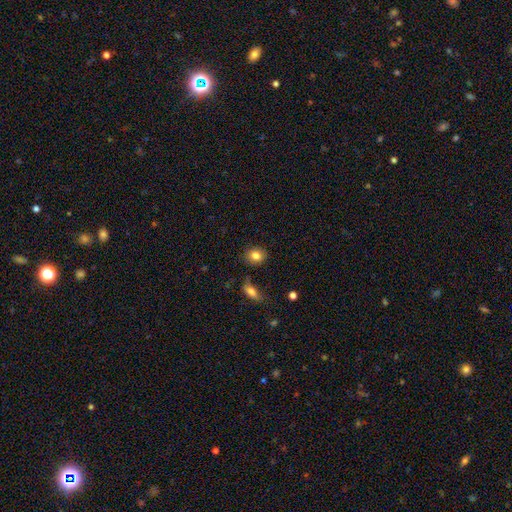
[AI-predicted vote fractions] A smooth galaxy with no disk features (83%) that is round (70%).

Vote fractions:
- Smooth or featured? smooth: 83% / star or artifact: 9% / featured or disk: 7%
- How rounded? round: 70% / in between: 29% / cigar-shaped: 1%
- Merging? none: 83% / minor disturbance: 11% / merger: 3% / major disturbance: 3%